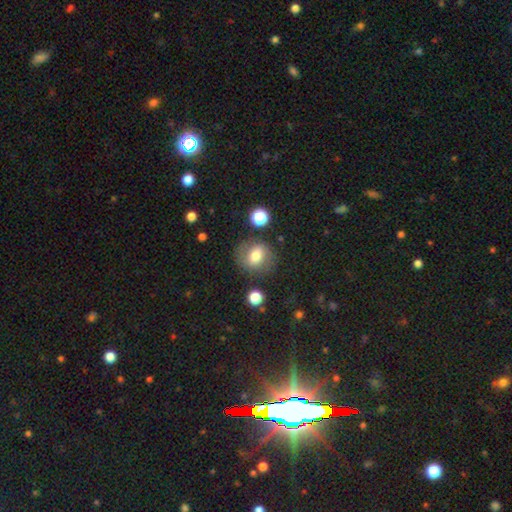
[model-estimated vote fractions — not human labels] A smooth galaxy with no disk features (64%) that is round (67%). Merging: none (75%).